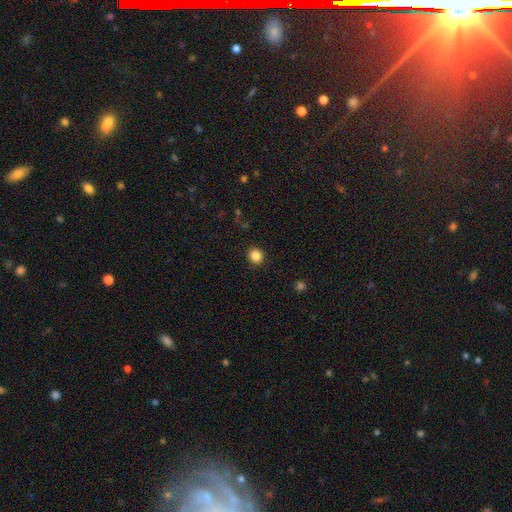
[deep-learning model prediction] Smooth or featured? smooth (85%)
How rounded? round (86%)
Merging? none (91%)